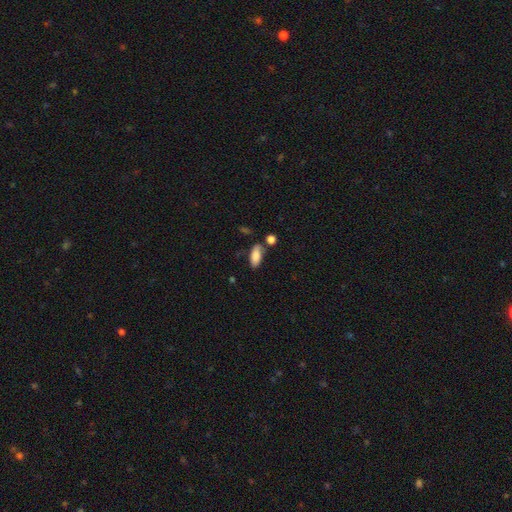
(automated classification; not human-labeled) This is clearly a smooth galaxy (83%). How rounded: clearly in between (83%). Merging: likely none (69%).